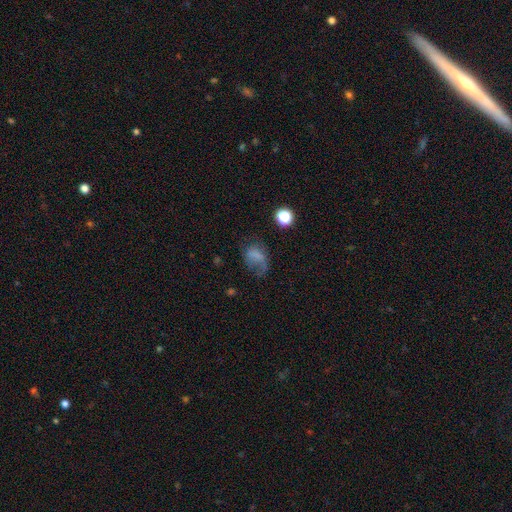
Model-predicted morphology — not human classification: This is possibly a smooth galaxy (57%). How rounded: likely in between (67%). Merging: marginally major disturbance (38%).